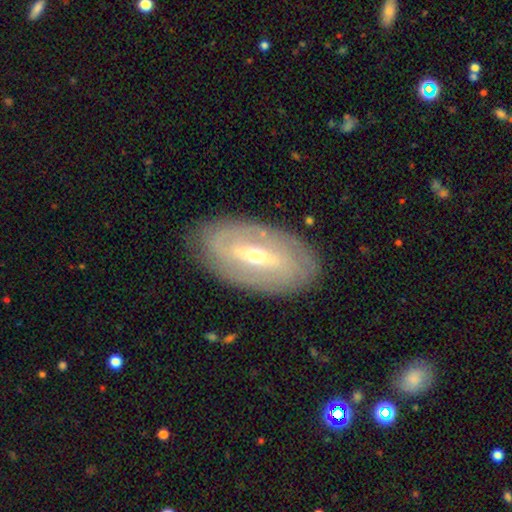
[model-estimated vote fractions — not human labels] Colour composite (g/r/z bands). It shows a featured or disk galaxy (79%) with a strong bar (43%), tight (64%) spiral arms (73%) and a moderate central bulge (49%). Merging: none (84%).